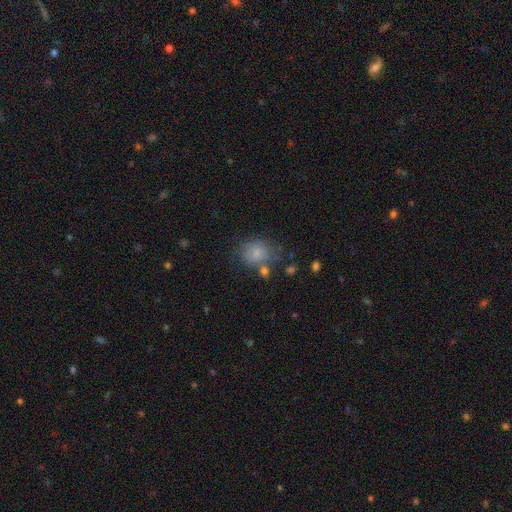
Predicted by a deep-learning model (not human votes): A smooth galaxy with no disk features (59%) that is round (64%).

Vote fractions:
- Smooth or featured? smooth: 59% / star or artifact: 28% / featured or disk: 13%
- How rounded? round: 64% / in between: 35% / cigar-shaped: 2%
- Merging? none: 71% / minor disturbance: 15% / merger: 8% / major disturbance: 6%